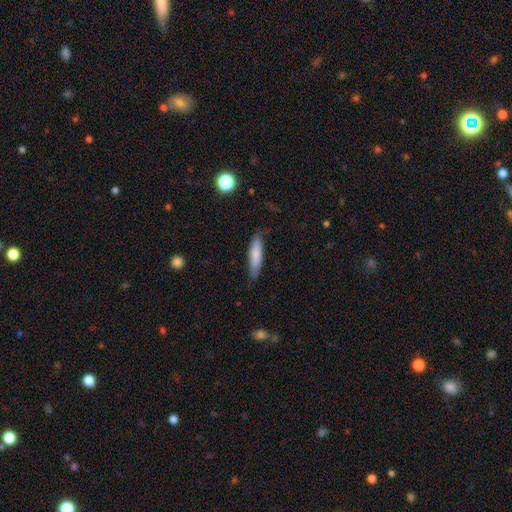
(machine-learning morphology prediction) A smooth galaxy with no disk features (79%) that is cigar-shaped (75%). Merging: none (78%).